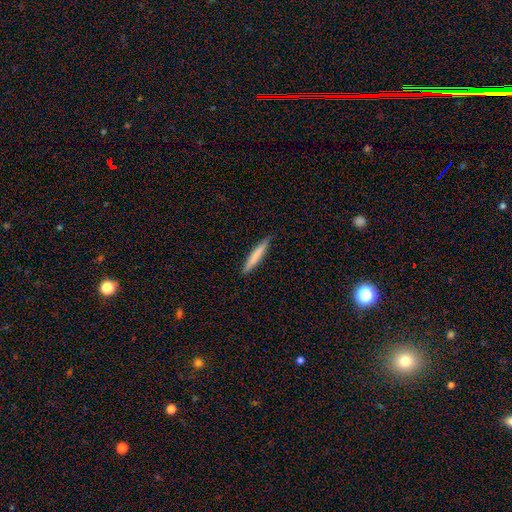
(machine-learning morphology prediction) A smooth galaxy with no disk features (75%) that is cigar-shaped (95%).

Vote fractions:
- Smooth or featured? smooth: 75% / featured or disk: 19% / star or artifact: 6%
- How rounded? cigar-shaped: 95% / in between: 4% / round: 1%
- Merging? none: 89% / minor disturbance: 9% / major disturbance: 2% / merger: 1%